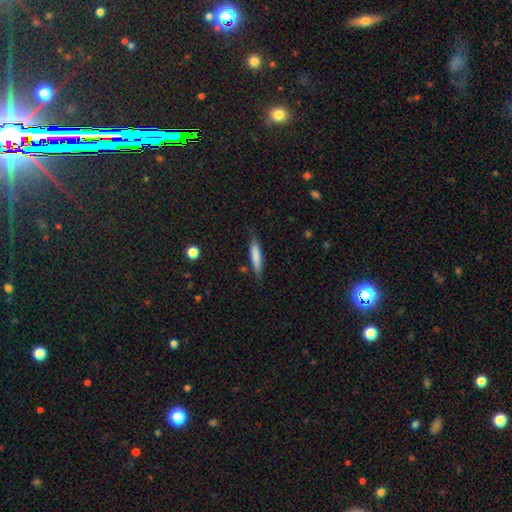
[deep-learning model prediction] smooth_or_featured: smooth (p=0.79) [alt: featured or disk p=0.15]
how_rounded: cigar-shaped (p=0.85) [alt: in between p=0.14]
merging: none (p=0.80) [alt: minor disturbance p=0.16]